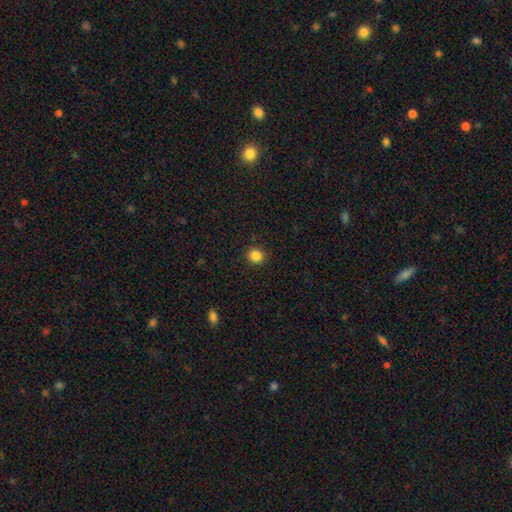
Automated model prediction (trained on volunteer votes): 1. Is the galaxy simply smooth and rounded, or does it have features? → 85% smooth, 11% star or artifact, 3% featured or disk.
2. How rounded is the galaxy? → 89% round, 11% in between, 1% cigar-shaped.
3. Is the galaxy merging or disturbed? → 91% none, 6% minor disturbance, 2% major disturbance, 1% merger.